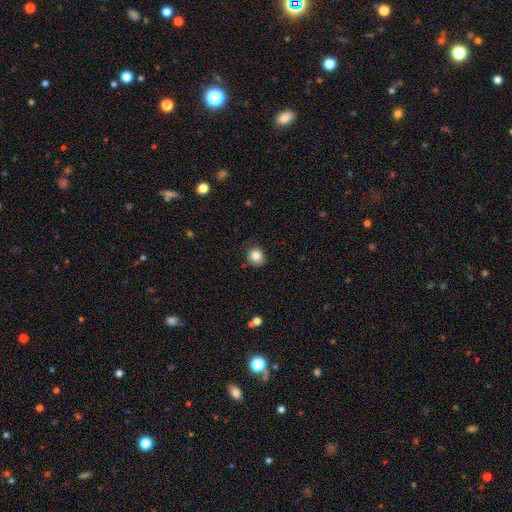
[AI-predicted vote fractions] Smooth or featured: smooth — 83% (star or artifact — 11%)
How rounded: round — 80% (in between — 19%)
Merging: none — 79% (minor disturbance — 16%)